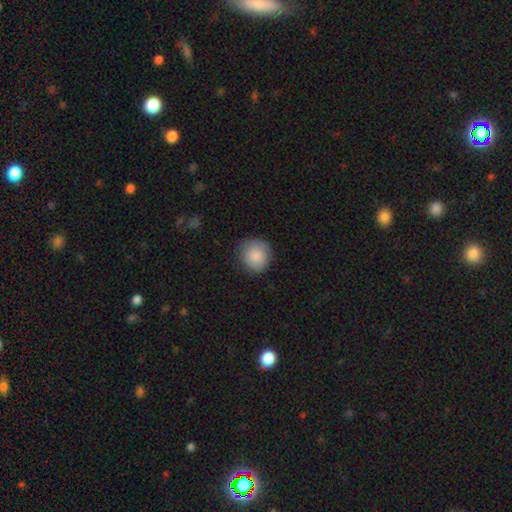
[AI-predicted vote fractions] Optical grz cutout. It shows a smooth galaxy with no disk features (86%) that is round (89%). Merging: none (77%).